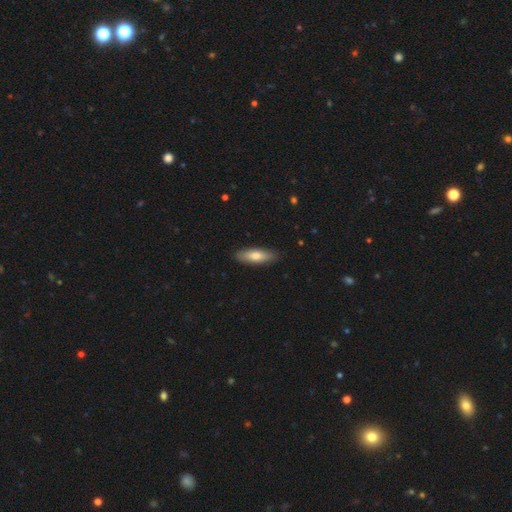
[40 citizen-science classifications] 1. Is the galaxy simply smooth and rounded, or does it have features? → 75% smooth, 22% featured or disk, 2% star or artifact.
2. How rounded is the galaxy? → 63% in between, 37% cigar-shaped, 0% round.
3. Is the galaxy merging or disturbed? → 97% none, 3% minor disturbance, 0% major disturbance, 0% merger.